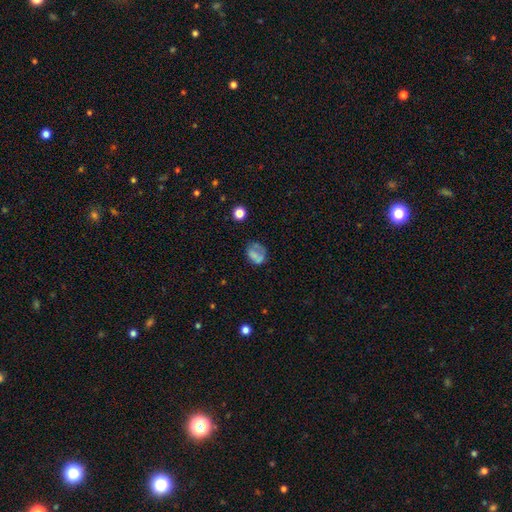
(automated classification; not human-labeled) Smooth or featured? smooth (60%)
How rounded? round (51%)
Merging? none (43%)